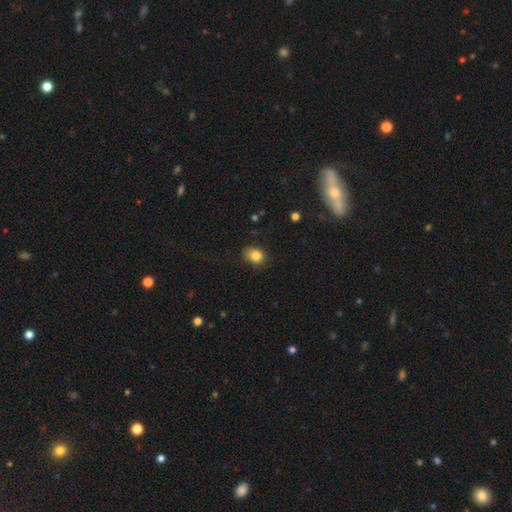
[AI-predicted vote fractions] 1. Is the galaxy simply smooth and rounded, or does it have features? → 83% smooth, 10% star or artifact, 7% featured or disk.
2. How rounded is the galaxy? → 51% in between, 48% round, 1% cigar-shaped.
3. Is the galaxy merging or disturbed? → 72% none, 22% minor disturbance, 5% major disturbance, 1% merger.